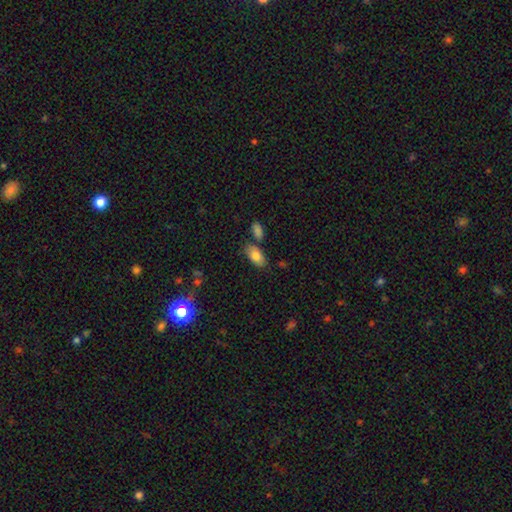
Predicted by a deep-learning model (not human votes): A smooth galaxy with no disk features (81%) that is in between round and cigar-shaped (93%). Merging: none (70%).